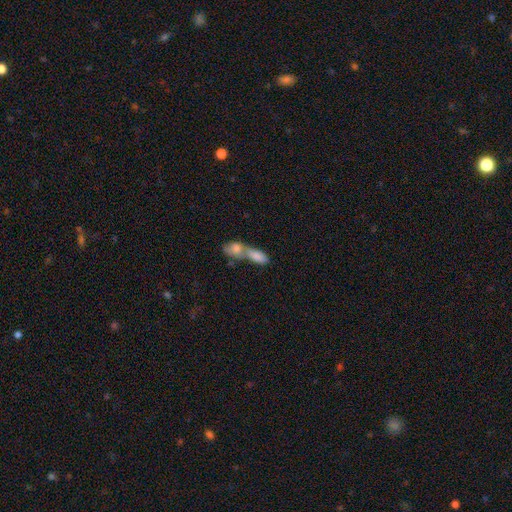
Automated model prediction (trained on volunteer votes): Smooth or featured: smooth — 80% (featured or disk — 13%)
How rounded: in between — 78% (cigar-shaped — 17%)
Merging: merger — 73% (none — 17%)